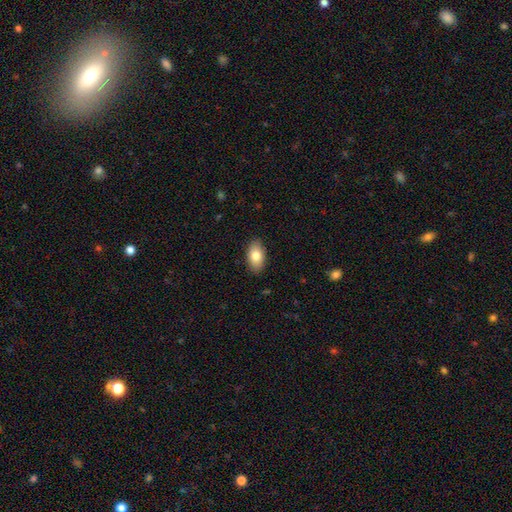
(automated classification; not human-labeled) Q: Smooth or featured?
A: smooth (79%); runner-up: featured or disk (14%)
Q: How rounded?
A: in between (92%); runner-up: round (6%)
Q: Merging?
A: none (88%); runner-up: minor disturbance (9%)